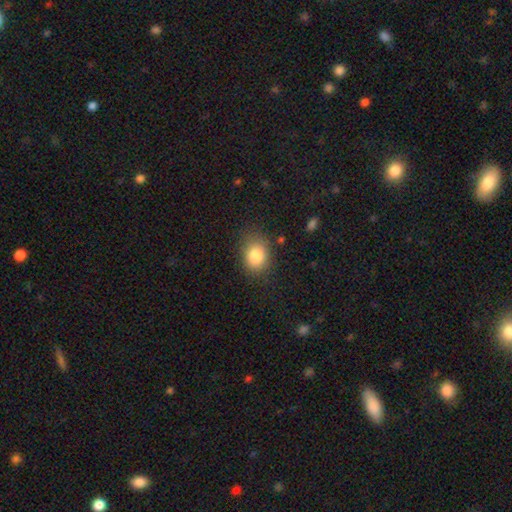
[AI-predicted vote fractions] Q: Smooth or featured?
A: smooth (83%); runner-up: star or artifact (9%)
Q: How rounded?
A: in between (59%); runner-up: round (40%)
Q: Merging?
A: none (79%); runner-up: minor disturbance (15%)